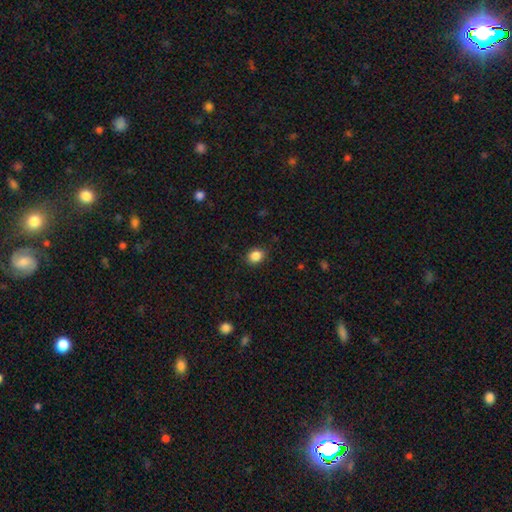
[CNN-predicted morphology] This appears to be a smooth galaxy with no disk features (87%) that is round (55%). Merging: none (88%).